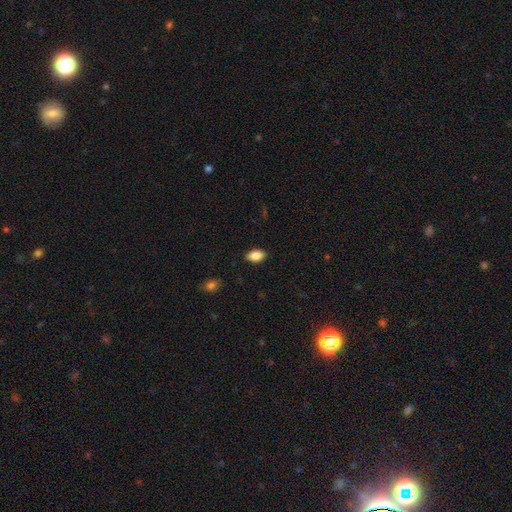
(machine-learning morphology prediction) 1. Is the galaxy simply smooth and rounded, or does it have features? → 86% smooth, 8% star or artifact, 6% featured or disk.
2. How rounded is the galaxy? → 91% in between, 7% round, 2% cigar-shaped.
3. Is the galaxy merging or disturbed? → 87% none, 9% minor disturbance, 2% major disturbance, 1% merger.